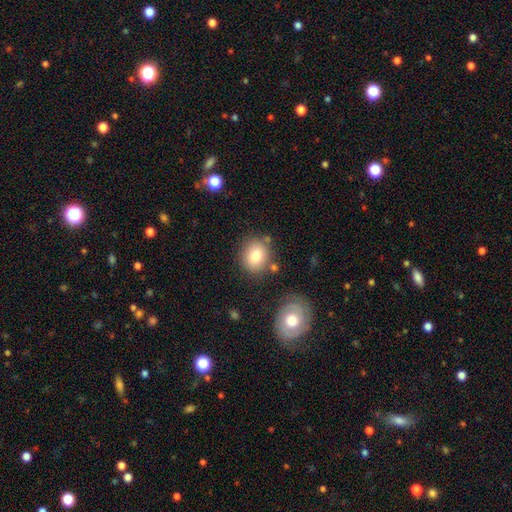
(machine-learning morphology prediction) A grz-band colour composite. It shows a smooth galaxy with no disk features (78%) that is round (70%). Merging: none (76%).